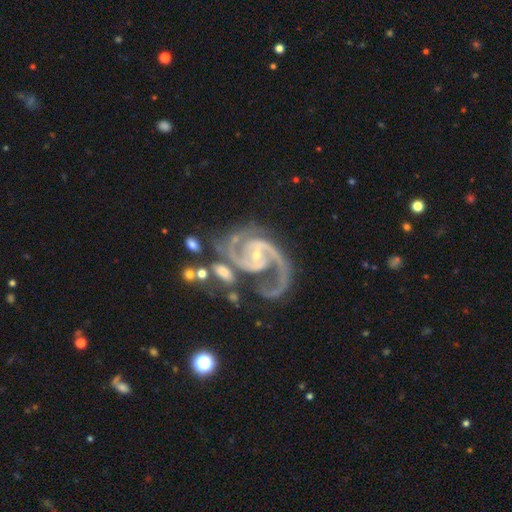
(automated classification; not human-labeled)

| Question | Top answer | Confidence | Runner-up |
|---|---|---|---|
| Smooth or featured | featured or disk | 93% | star or artifact (4%) |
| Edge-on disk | no | 98% | yes (2%) |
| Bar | weak | 40% | no (38%) |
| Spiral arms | yes | 98% | no (2%) |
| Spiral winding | medium | 58% | tight (25%) |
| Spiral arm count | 2 | 82% | 3 (7%) |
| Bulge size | small | 76% | moderate (20%) |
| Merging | none | 36% | major disturbance (25%) |